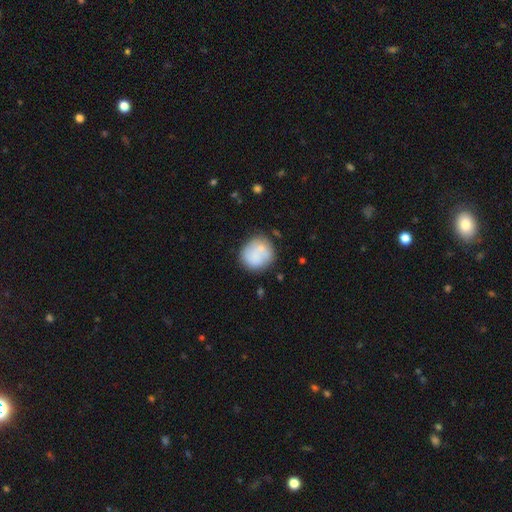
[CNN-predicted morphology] smooth-or-featured: smooth: 73% | featured or disk: 20% | star or artifact: 7%
  how-rounded: round: 86% | in between: 13% | cigar-shaped: 1%
  merging: none: 63% | minor disturbance: 18% | merger: 12% | major disturbance: 6%